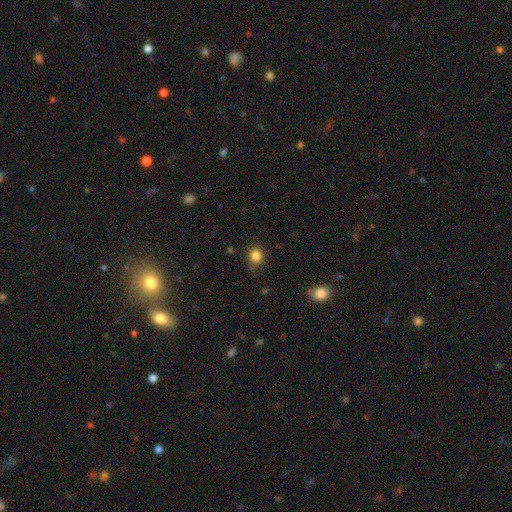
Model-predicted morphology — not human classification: Overall: smooth (84%). How rounded: round (64%; in between 35%). Merging: none (78%).